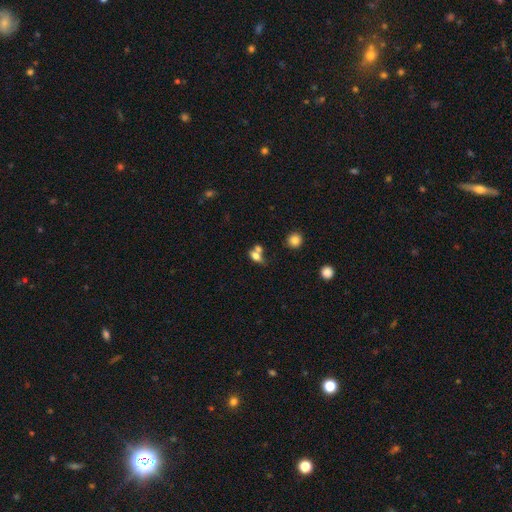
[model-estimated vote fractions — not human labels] smooth-or-featured: smooth: 71% | featured or disk: 18% | star or artifact: 11%
  how-rounded: in between: 70% | round: 23% | cigar-shaped: 7%
  merging: merger: 45% | none: 37% | minor disturbance: 12% | major disturbance: 6%